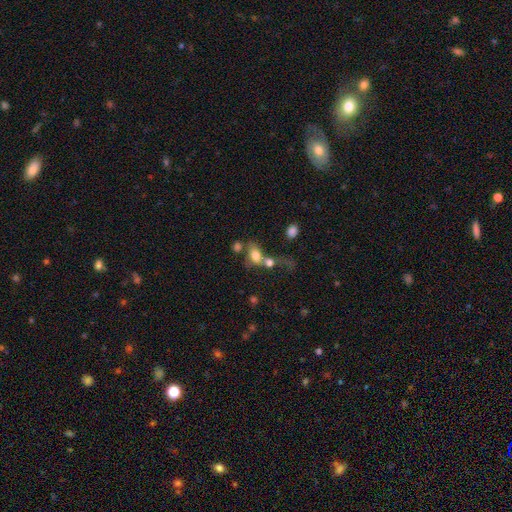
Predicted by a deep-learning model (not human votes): smooth_or_featured: smooth (p=0.73) [alt: featured or disk p=0.16]
how_rounded: in between (p=0.72) [alt: round p=0.24]
merging: merger (p=0.55) [alt: none p=0.21]